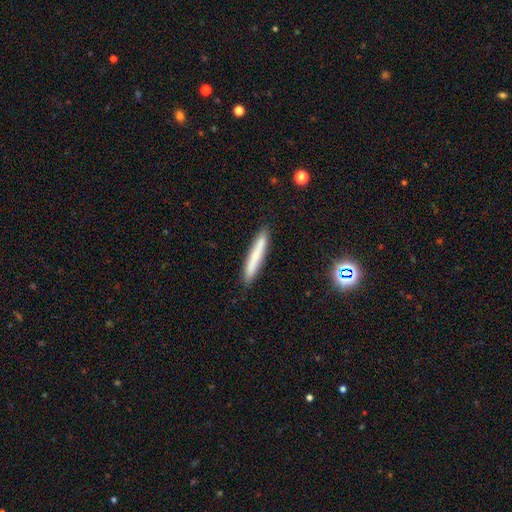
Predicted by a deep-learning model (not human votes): smooth_or_featured: smooth (p=0.71) [alt: featured or disk p=0.21]
how_rounded: cigar-shaped (p=0.95) [alt: in between p=0.04]
merging: none (p=0.88) [alt: minor disturbance p=0.09]